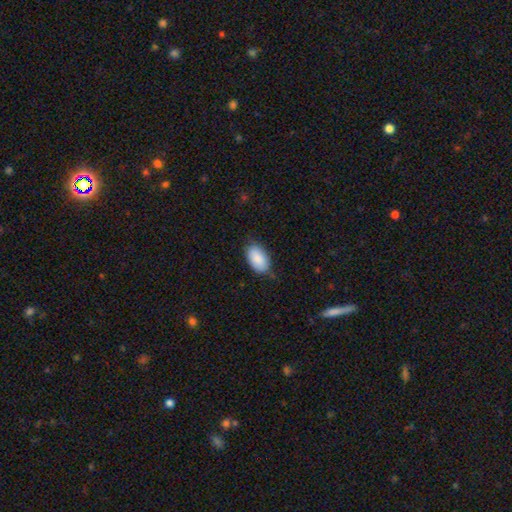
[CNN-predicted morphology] Overall: smooth (88%). How rounded: in between (94%). Merging: none (76%).